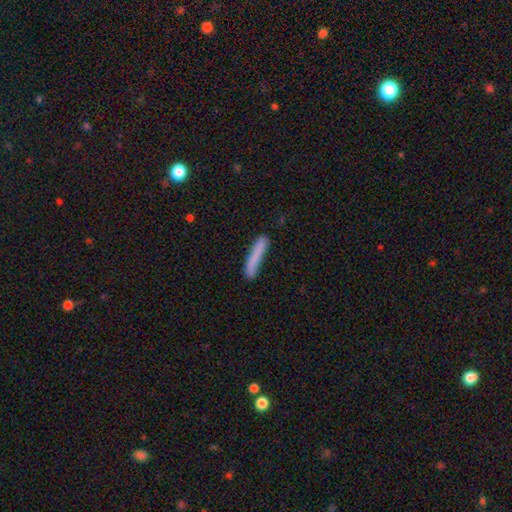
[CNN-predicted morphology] smooth 79%, featured or disk 15%, star or artifact 6%. Down the decision tree: how rounded — cigar-shaped (94%); merging — none (79%).